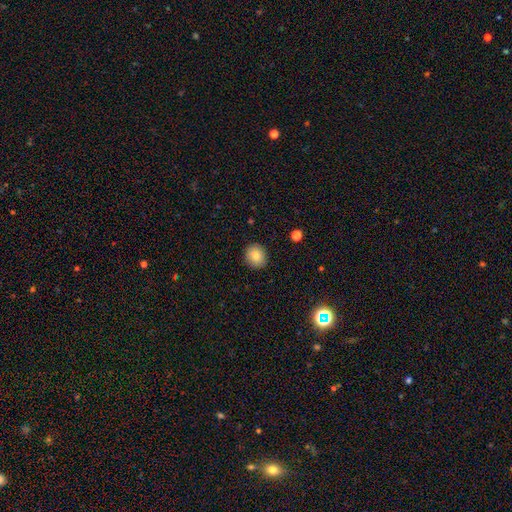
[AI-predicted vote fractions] Morphology: type=smooth (84%); roundness=round (78%); merging=none (90%).